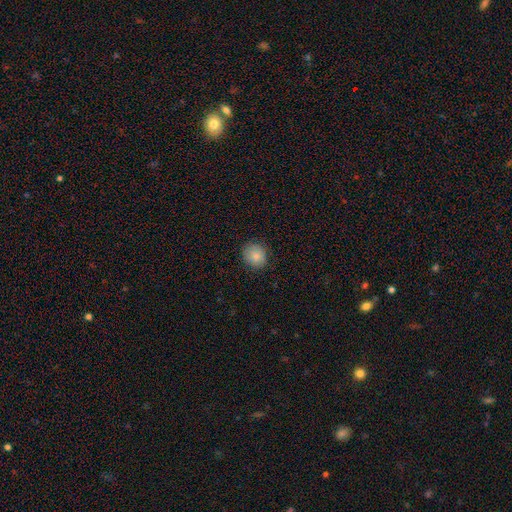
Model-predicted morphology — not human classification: This appears to be a smooth galaxy with no disk features (84%) that is round (76%). Merging: none (85%).